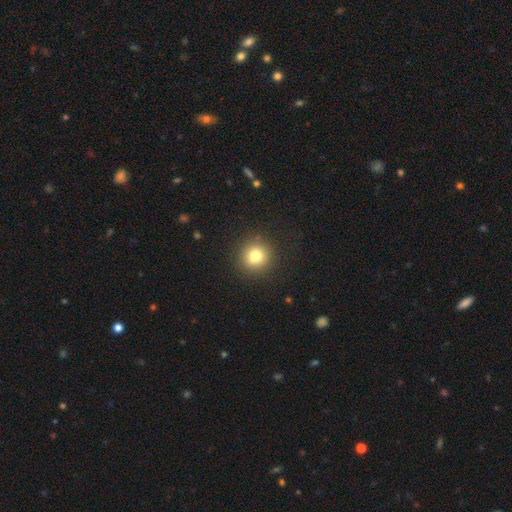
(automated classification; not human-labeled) This appears to be a smooth galaxy with no disk features (78%) that is round (88%). Merging: none (89%).